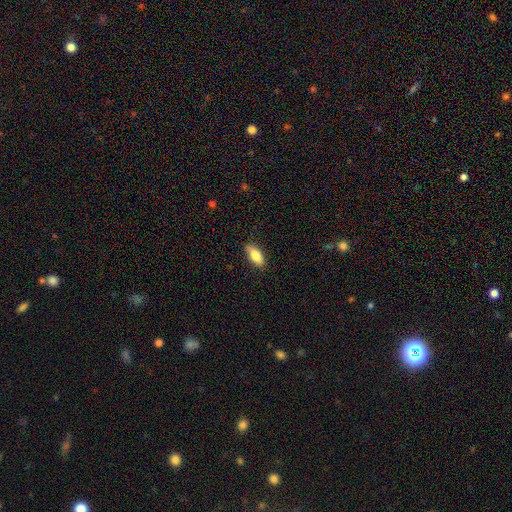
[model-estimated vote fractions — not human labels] Overall: smooth (84%). How rounded: in between (86%). Merging: none (80%).